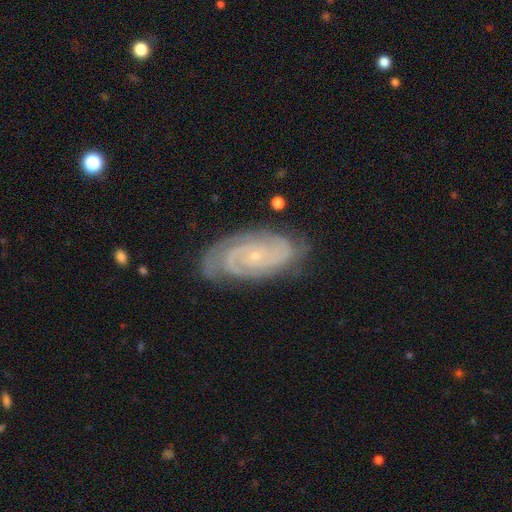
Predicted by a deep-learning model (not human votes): featured or disk 89%, smooth 5%, star or artifact 5%. Down the decision tree: edge-on disk — no (97%); bar — no (69%); spiral arms — yes (98%); spiral arm count — 2 (59%); spiral winding — tight (70%); bulge size — small (85%); merging — none (79%).